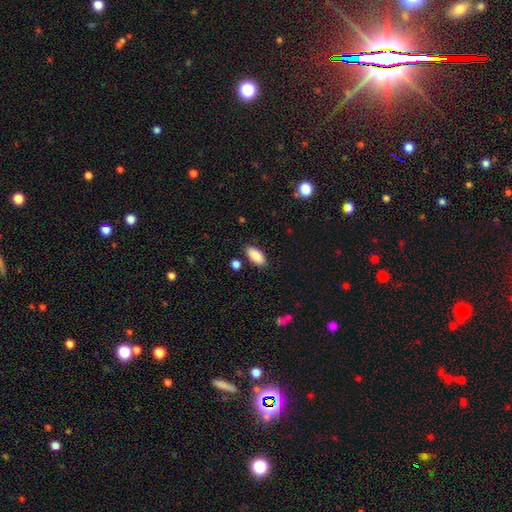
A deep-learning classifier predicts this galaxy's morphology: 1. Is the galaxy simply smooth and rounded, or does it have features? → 89% smooth, 7% star or artifact, 5% featured or disk.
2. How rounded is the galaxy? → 90% in between, 8% cigar-shaped, 2% round.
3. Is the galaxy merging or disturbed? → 84% none, 11% minor disturbance, 3% merger, 3% major disturbance.